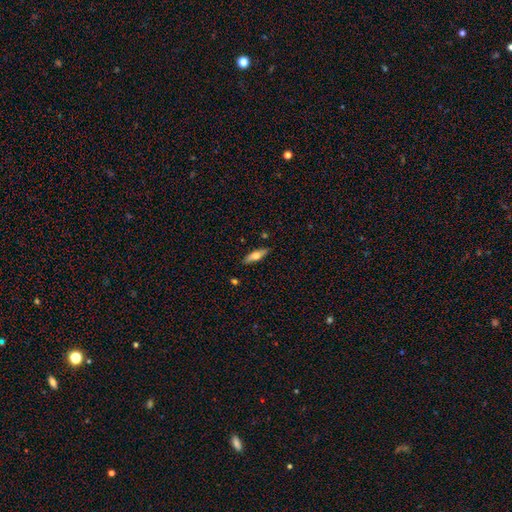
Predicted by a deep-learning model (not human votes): This is possibly a smooth galaxy (55%). How rounded: possibly cigar-shaped (53%). Merging: clearly none (86%).